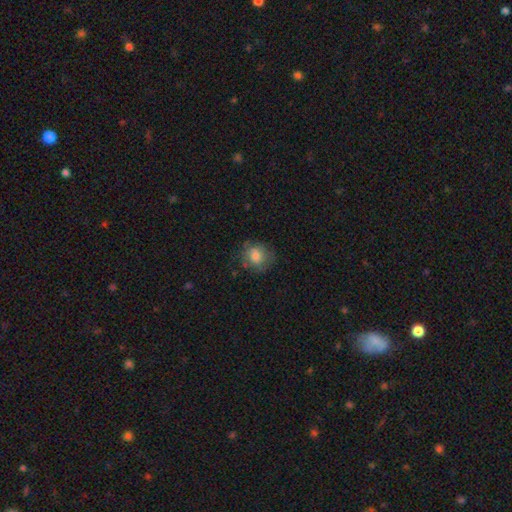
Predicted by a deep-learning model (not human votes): Smooth or featured? smooth (74%)
How rounded? round (78%)
Merging? none (70%)